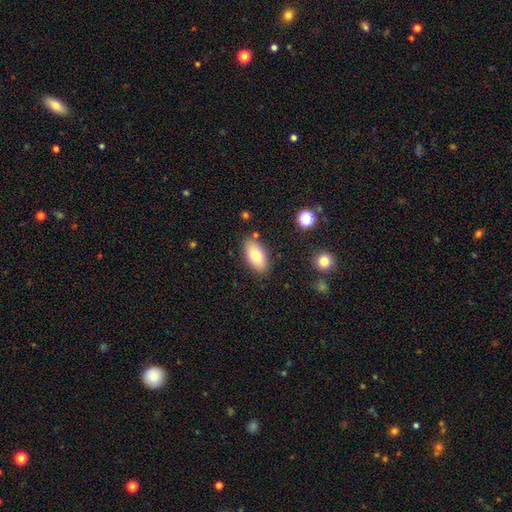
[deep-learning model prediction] Smooth or featured? smooth (76%)
How rounded? in between (92%)
Merging? none (84%)